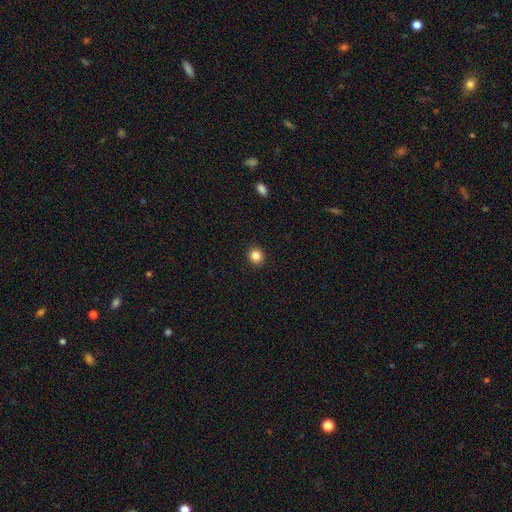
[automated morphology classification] smooth 84%, star or artifact 11%, featured or disk 4%. Down the decision tree: how rounded — round (90%); merging — none (93%).